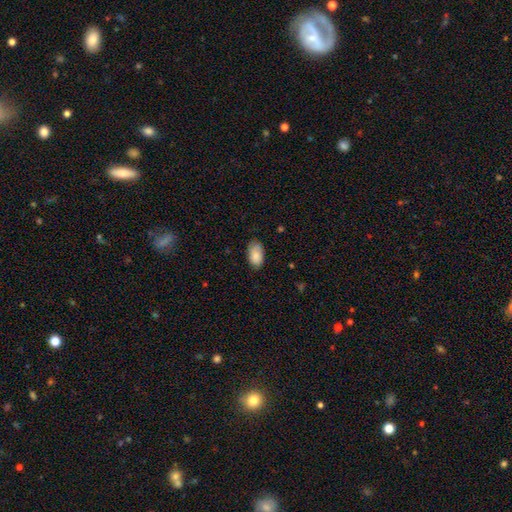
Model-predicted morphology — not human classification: Q: Smooth or featured?
A: smooth (86%); runner-up: featured or disk (8%)
Q: How rounded?
A: in between (94%); runner-up: round (4%)
Q: Merging?
A: none (73%); runner-up: minor disturbance (22%)